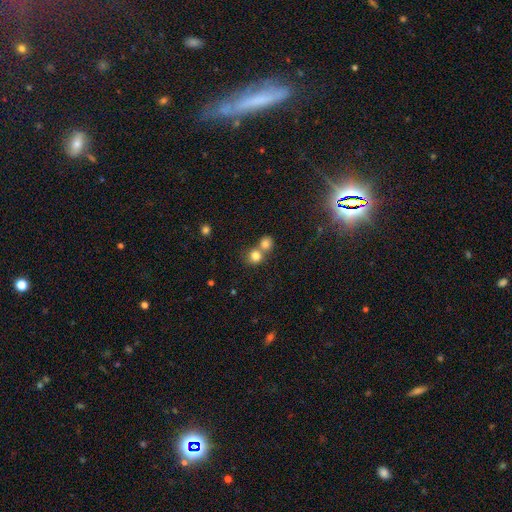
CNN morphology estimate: Smooth or featured?
  - smooth: 80% *
  - star or artifact: 12%
  - featured or disk: 9%
How rounded?
  - round: 84% *
  - in between: 15%
  - cigar-shaped: 1%
Merging?
  - merger: 50% *
  - none: 41%
  - minor disturbance: 6%
  - major disturbance: 3%